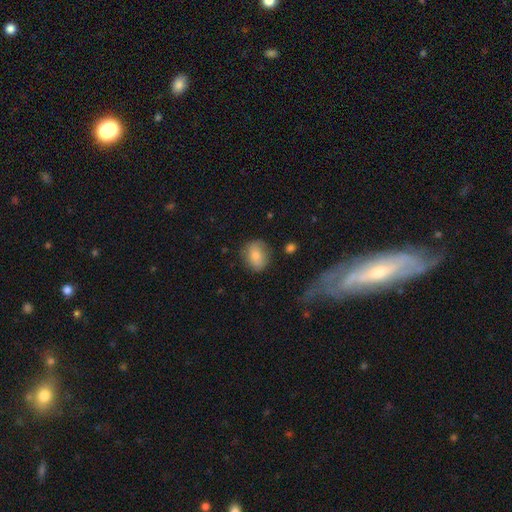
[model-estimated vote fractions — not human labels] smooth-or-featured: smooth: 69% | featured or disk: 22% | star or artifact: 9%
  how-rounded: round: 54% | in between: 44% | cigar-shaped: 2%
  merging: none: 76% | minor disturbance: 17% | major disturbance: 5% | merger: 2%